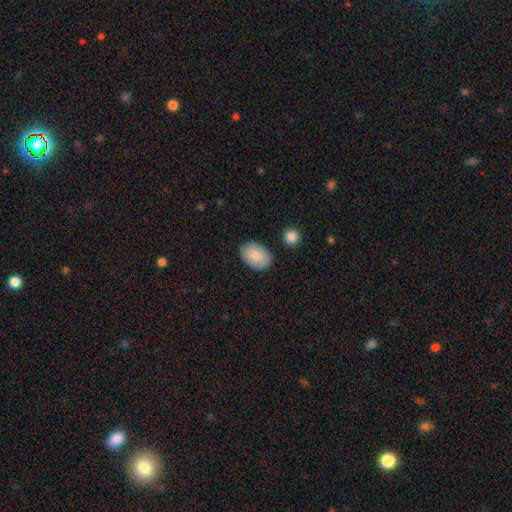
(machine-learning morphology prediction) Smooth or featured?
  - smooth: 86% *
  - featured or disk: 8%
  - star or artifact: 6%
How rounded?
  - in between: 83% *
  - round: 16%
  - cigar-shaped: 1%
Merging?
  - none: 83% *
  - minor disturbance: 11%
  - major disturbance: 3%
  - merger: 2%